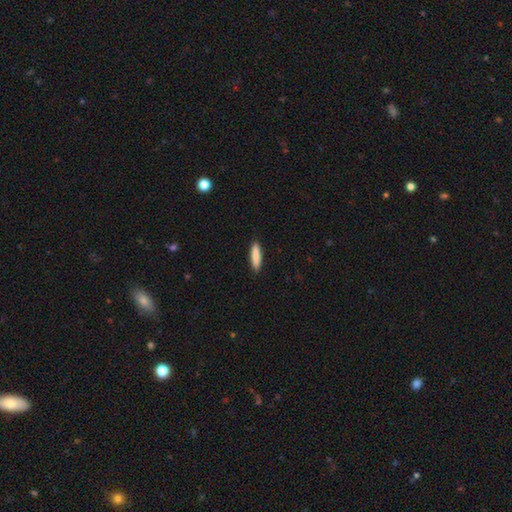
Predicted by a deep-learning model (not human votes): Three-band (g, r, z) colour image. It shows a smooth galaxy with no disk features (86%) that is cigar-shaped (80%). Merging: none (91%).